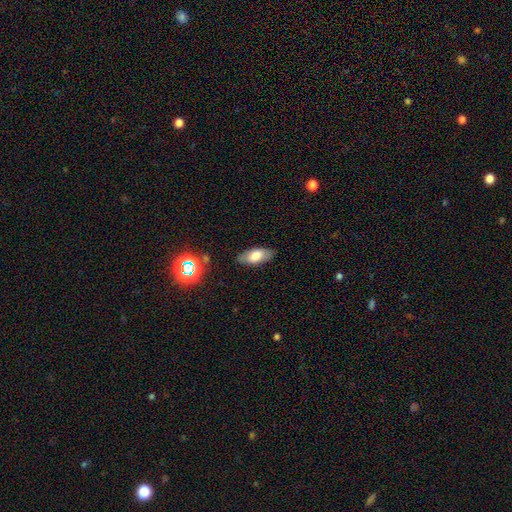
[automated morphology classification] Overall: smooth (70%). How rounded: in between (86%). Merging: none (84%).